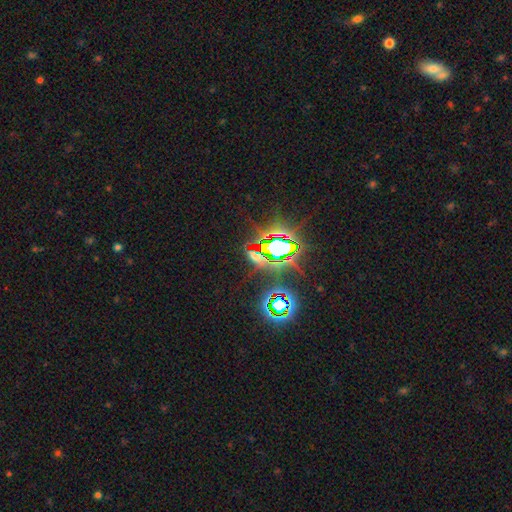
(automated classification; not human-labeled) Q: Smooth or featured?
A: star or artifact (78%); runner-up: smooth (12%)